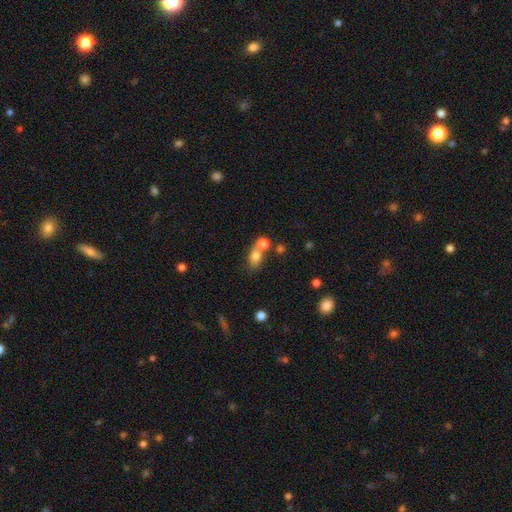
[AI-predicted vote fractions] A smooth galaxy with no disk features (75%) that is in between round and cigar-shaped (57%).

Vote fractions:
- Smooth or featured? smooth: 75% / featured or disk: 14% / star or artifact: 12%
- How rounded? in between: 57% / round: 40% / cigar-shaped: 3%
- Merging? merger: 52% / none: 35% / minor disturbance: 9% / major disturbance: 4%